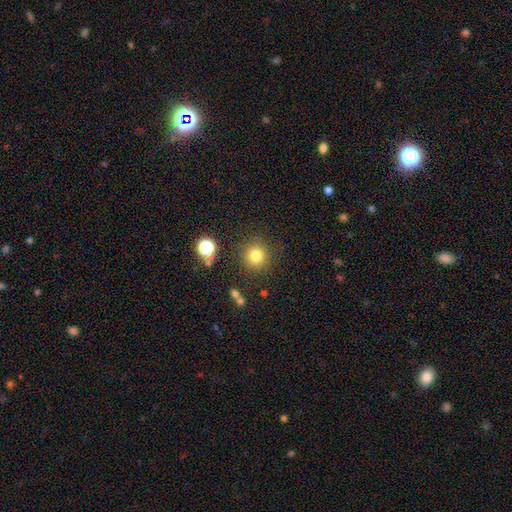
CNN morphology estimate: Q: Smooth or featured?
A: smooth (78%); runner-up: star or artifact (14%)
Q: How rounded?
A: round (93%); runner-up: in between (6%)
Q: Merging?
A: none (85%); runner-up: minor disturbance (8%)